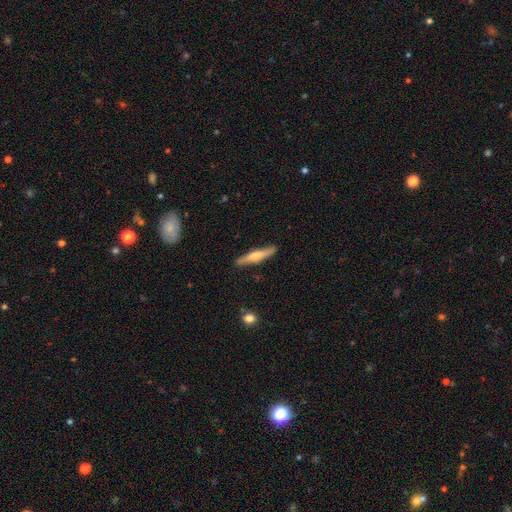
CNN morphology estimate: Smooth or featured? featured or disk (53%)
Edge-on disk? yes (93%)
Merging? none (87%)